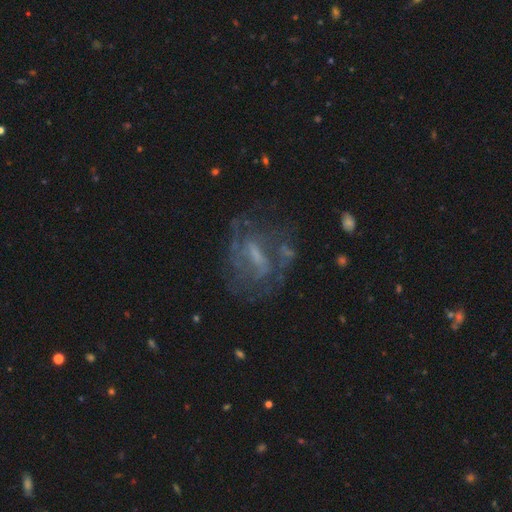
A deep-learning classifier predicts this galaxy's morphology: Smooth or featured?
  - featured or disk: 74% *
  - smooth: 15%
  - star or artifact: 11%
Edge-on disk?
  - no: 94% *
  - yes: 6%
Bar?
  - weak: 47% *
  - strong: 32%
  - no: 21%
Spiral arms?
  - yes: 73% *
  - no: 27%
Spiral winding?
  - medium: 42% *
  - tight: 38%
  - loose: 20%
Spiral arm count?
  - can't tell: 45% *
  - 2: 33%
  - 3: 9%
  - 1: 5%
  - 4: 4%
  - more than 4: 3%
Bulge size?
  - small: 37% *
  - none: 29%
  - moderate: 28%
  - large: 5%
  - dominant: 1%
Merging?
  - none: 58% *
  - major disturbance: 19%
  - minor disturbance: 18%
  - merger: 5%